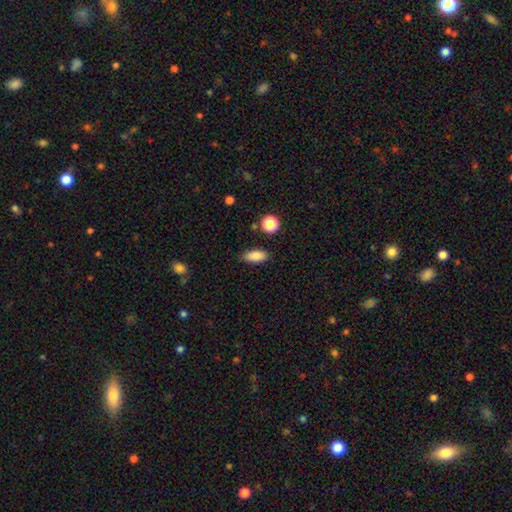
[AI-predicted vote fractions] smooth_or_featured: smooth (p=0.86) [alt: star or artifact p=0.09]
how_rounded: in between (p=0.82) [alt: cigar-shaped p=0.13]
merging: none (p=0.86) [alt: minor disturbance p=0.10]